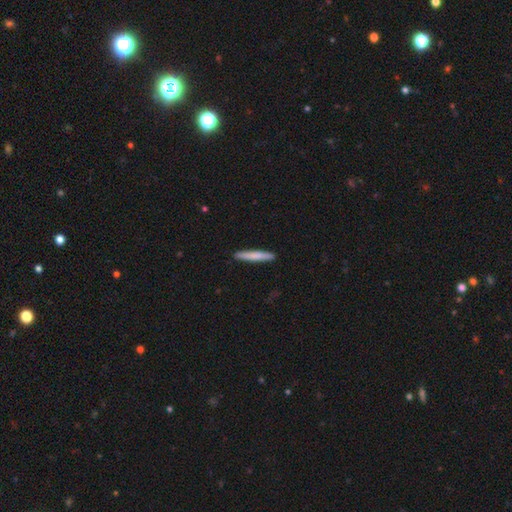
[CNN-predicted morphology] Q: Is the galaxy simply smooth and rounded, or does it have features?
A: smooth — 75%.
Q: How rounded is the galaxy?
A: cigar-shaped — 95%.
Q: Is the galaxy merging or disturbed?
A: none — 91%.